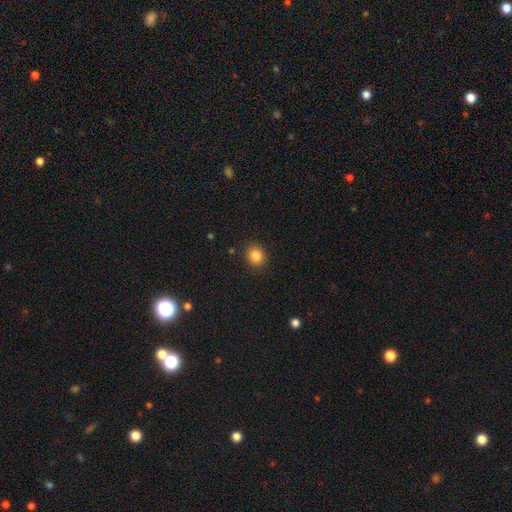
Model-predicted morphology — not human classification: Q: Smooth or featured?
A: smooth (85%); runner-up: star or artifact (10%)
Q: How rounded?
A: round (77%); runner-up: in between (22%)
Q: Merging?
A: none (90%); runner-up: minor disturbance (7%)